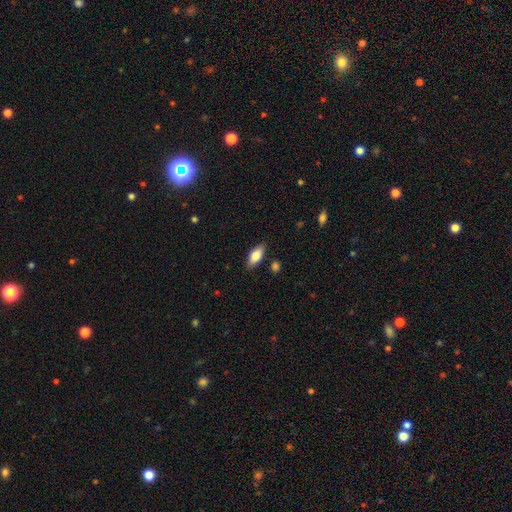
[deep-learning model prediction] Overall: smooth (80%). How rounded: in between (84%). Merging: none (84%).